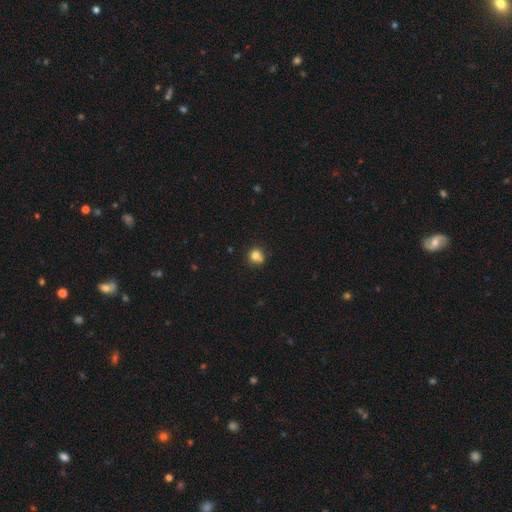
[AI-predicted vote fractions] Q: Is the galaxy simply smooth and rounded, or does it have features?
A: smooth — 80%.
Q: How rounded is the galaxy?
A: round — 86%.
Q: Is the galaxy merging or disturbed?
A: none — 73%.